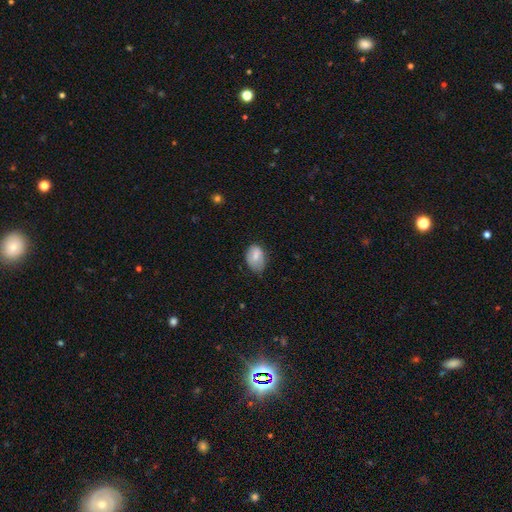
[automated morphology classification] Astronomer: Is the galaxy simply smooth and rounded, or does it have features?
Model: smooth — 73%.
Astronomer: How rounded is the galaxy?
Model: in between — 83%.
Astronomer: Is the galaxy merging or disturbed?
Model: none — 55% (runner-up: minor disturbance, 35%).